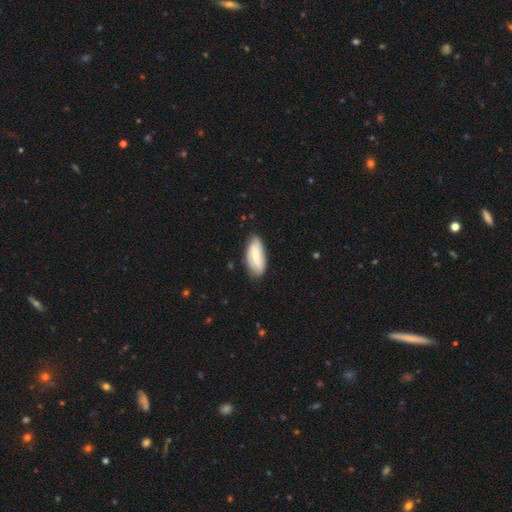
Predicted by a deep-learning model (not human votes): smooth 62%, featured or disk 32%, star or artifact 6%. Down the decision tree: how rounded — in between (87%); merging — none (73%).